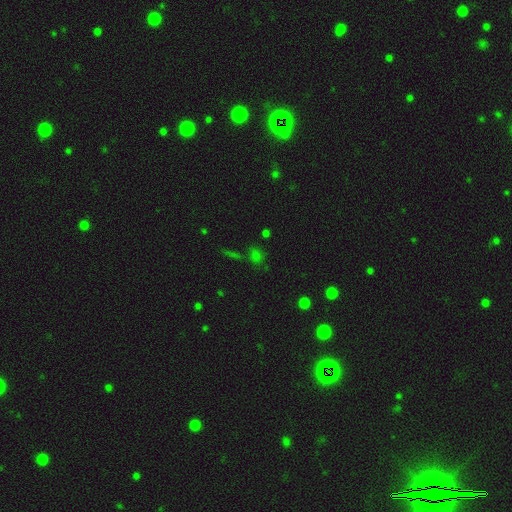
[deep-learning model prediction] smooth_or_featured: smooth (p=0.53) [alt: star or artifact p=0.38]
how_rounded: round (p=0.60) [alt: in between p=0.35]
merging: none (p=0.64) [alt: merger p=0.15]